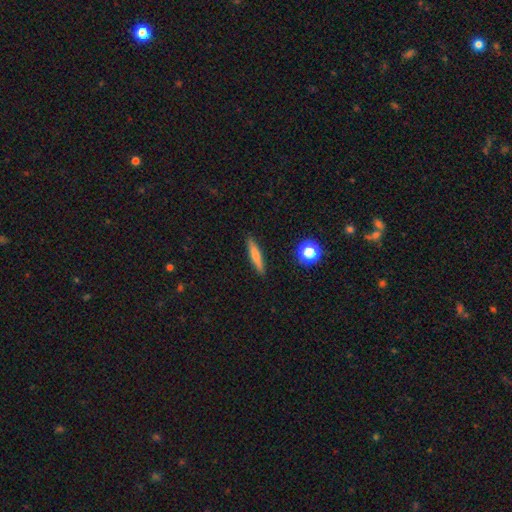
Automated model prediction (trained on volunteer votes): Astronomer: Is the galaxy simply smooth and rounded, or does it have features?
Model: smooth — 66%.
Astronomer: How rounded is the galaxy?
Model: cigar-shaped — 89%.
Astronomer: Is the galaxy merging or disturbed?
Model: none — 90%.